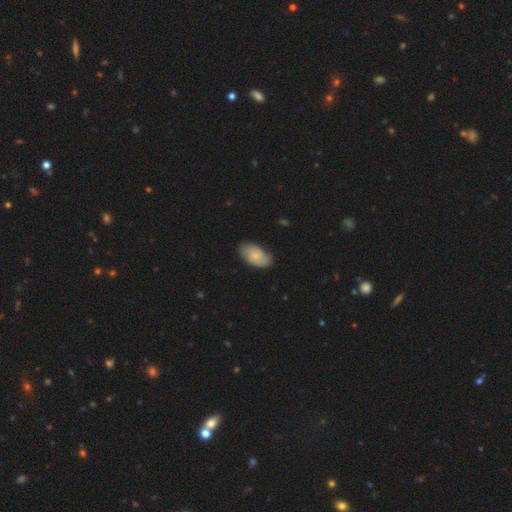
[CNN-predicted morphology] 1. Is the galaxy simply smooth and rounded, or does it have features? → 57% smooth, 37% featured or disk, 6% star or artifact.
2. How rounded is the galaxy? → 93% in between, 4% round, 3% cigar-shaped.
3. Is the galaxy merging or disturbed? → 75% none, 20% minor disturbance, 4% major disturbance, 1% merger.